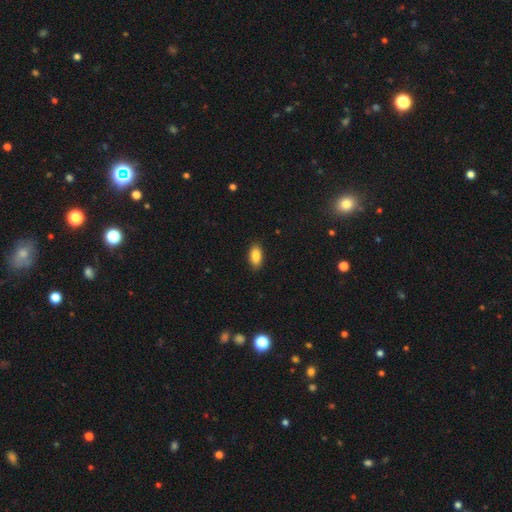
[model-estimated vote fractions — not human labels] smooth 87%, star or artifact 7%, featured or disk 5%. Down the decision tree: how rounded — in between (92%); merging — none (87%).